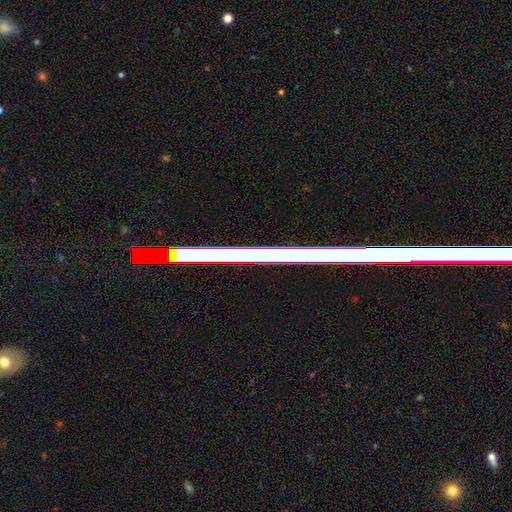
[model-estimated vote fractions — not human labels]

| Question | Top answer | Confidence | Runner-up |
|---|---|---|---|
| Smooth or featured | star or artifact | 59% | featured or disk (28%) |